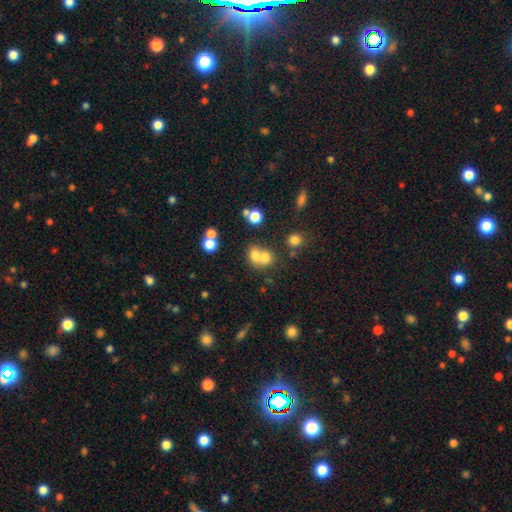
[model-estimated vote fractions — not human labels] Overall: smooth (69%). How rounded: round (60%; in between 38%). Merging: merger (57%; none 32%).